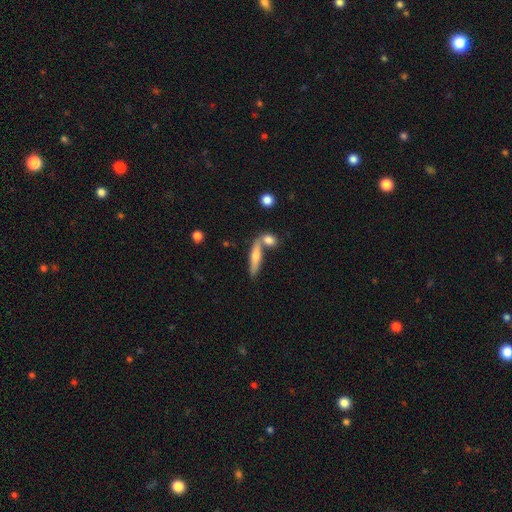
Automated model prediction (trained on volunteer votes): Overall: smooth (50%; featured or disk 43%). How rounded: cigar-shaped (78%). Merging: none (60%; merger 25%).